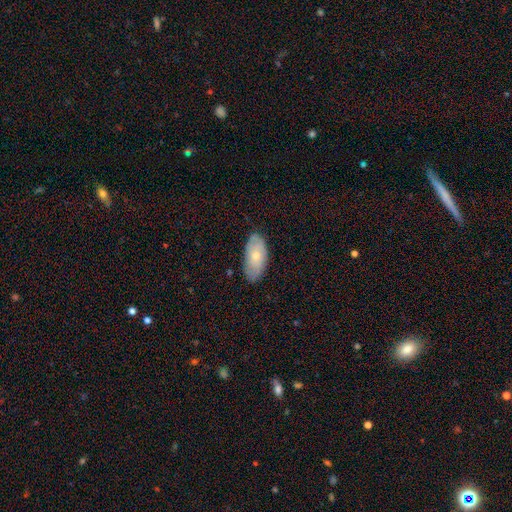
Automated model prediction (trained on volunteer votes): A smooth galaxy with no disk features (63%) that is in between round and cigar-shaped (92%). Merging: none (80%).